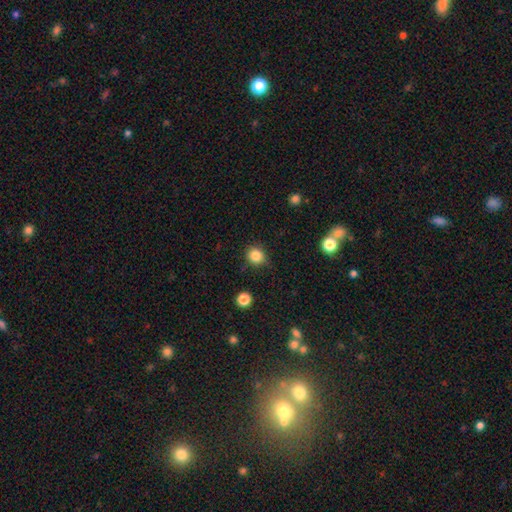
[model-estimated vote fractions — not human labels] Smooth or featured: smooth — 85% (star or artifact — 11%)
How rounded: round — 84% (in between — 15%)
Merging: none — 83% (minor disturbance — 12%)